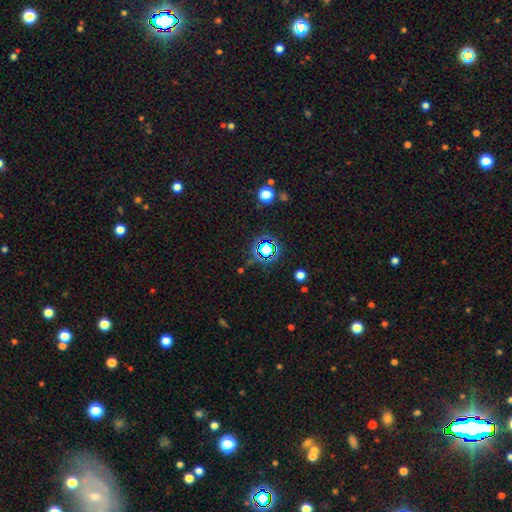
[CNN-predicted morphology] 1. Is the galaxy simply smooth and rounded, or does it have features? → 77% star or artifact, 15% smooth, 8% featured or disk.